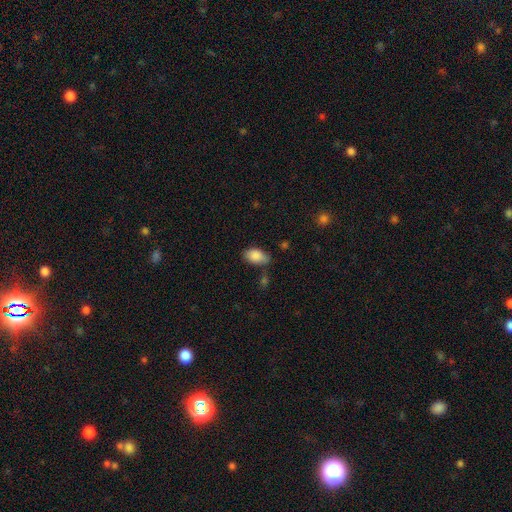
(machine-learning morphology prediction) smooth_or_featured: smooth (p=0.87) [alt: star or artifact p=0.07]
how_rounded: in between (p=0.93) [alt: round p=0.05]
merging: none (p=0.67) [alt: minor disturbance p=0.23]